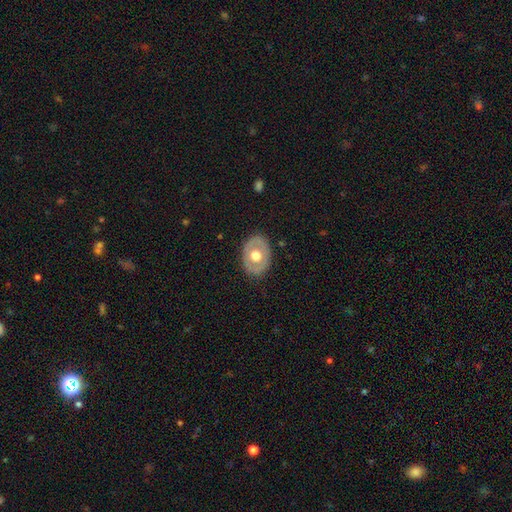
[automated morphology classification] smooth-or-featured: smooth: 48% | featured or disk: 47% | star or artifact: 6%
  merging: none: 83% | minor disturbance: 13% | major disturbance: 4% | merger: 1%